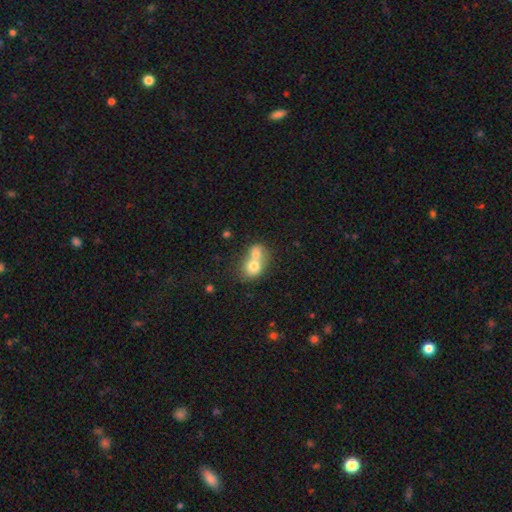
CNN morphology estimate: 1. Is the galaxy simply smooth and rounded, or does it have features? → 68% smooth, 22% featured or disk, 10% star or artifact.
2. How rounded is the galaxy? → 60% round, 39% in between, 1% cigar-shaped.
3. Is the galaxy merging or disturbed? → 72% merger, 20% none, 5% minor disturbance, 3% major disturbance.